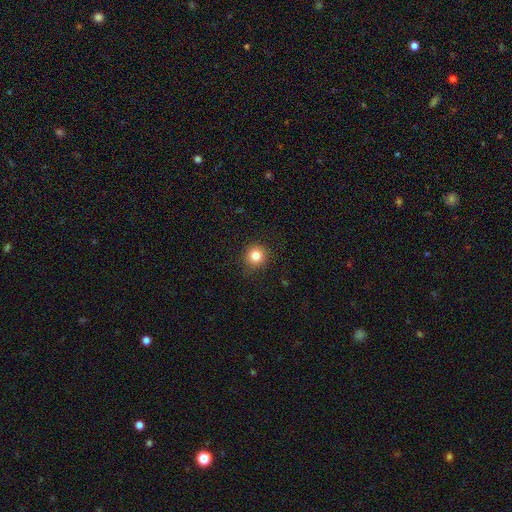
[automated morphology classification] smooth 83%, star or artifact 12%, featured or disk 6%. Down the decision tree: how rounded — round (93%); merging — none (89%).